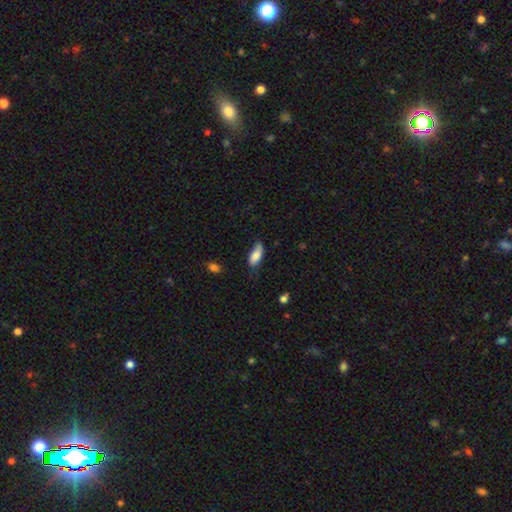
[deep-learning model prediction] A smooth galaxy with no disk features (80%) that is in between round and cigar-shaped (80%).

Vote fractions:
- Smooth or featured? smooth: 80% / featured or disk: 14% / star or artifact: 7%
- How rounded? in between: 80% / cigar-shaped: 18% / round: 2%
- Merging? none: 49% / minor disturbance: 37% / major disturbance: 11% / merger: 3%